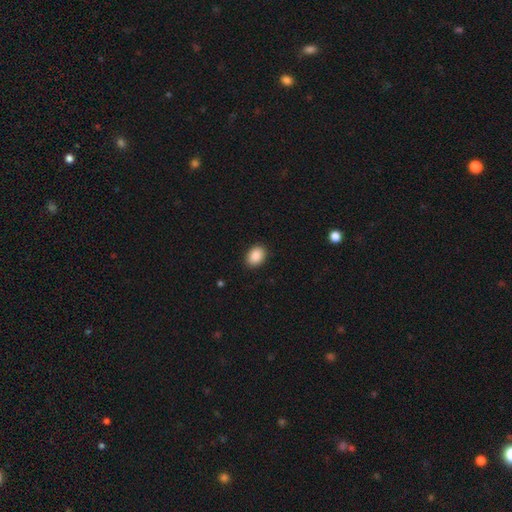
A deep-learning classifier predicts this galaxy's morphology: A smooth galaxy with no disk features (90%) that is in between round and cigar-shaped (72%). Merging: none (90%).